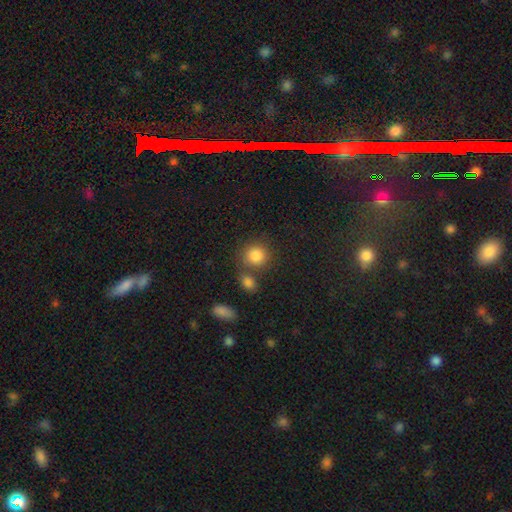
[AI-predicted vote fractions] Smooth or featured?
  - smooth: 84% *
  - star or artifact: 10%
  - featured or disk: 6%
How rounded?
  - round: 84% *
  - in between: 15%
  - cigar-shaped: 1%
Merging?
  - none: 63% *
  - merger: 21%
  - minor disturbance: 11%
  - major disturbance: 5%